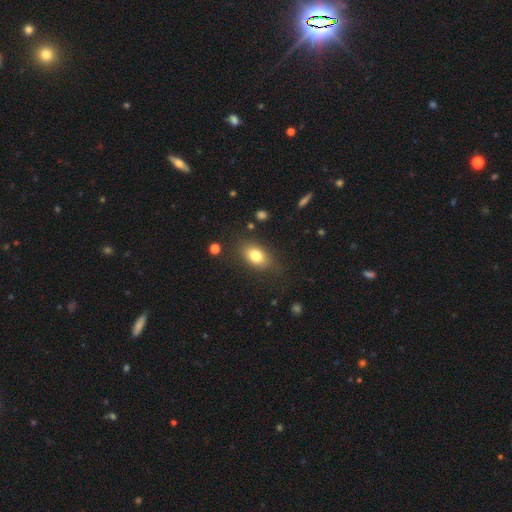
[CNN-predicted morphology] A smooth galaxy with no disk features (78%) that is in between round and cigar-shaped (80%).

Vote fractions:
- Smooth or featured? smooth: 78% / featured or disk: 12% / star or artifact: 9%
- How rounded? in between: 80% / round: 18% / cigar-shaped: 3%
- Merging? none: 78% / minor disturbance: 15% / major disturbance: 6% / merger: 2%